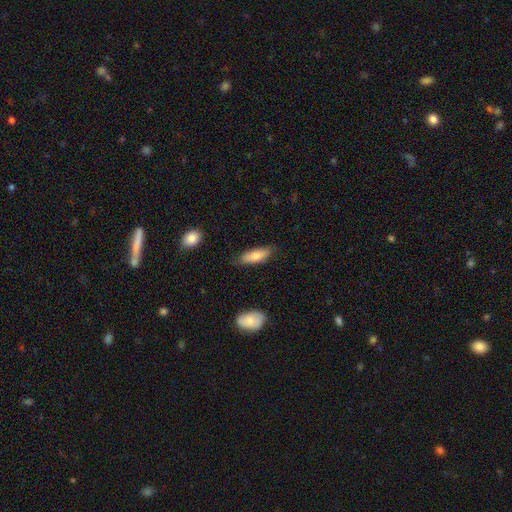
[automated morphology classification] smooth 73%, featured or disk 21%, star or artifact 6%. Down the decision tree: how rounded — in between (58%); merging — none (78%).